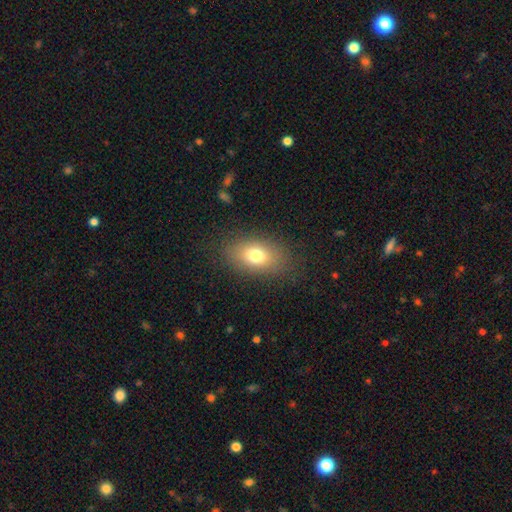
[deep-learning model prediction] smooth-or-featured: smooth: 75% | featured or disk: 14% | star or artifact: 11%
  how-rounded: in between: 84% | round: 14% | cigar-shaped: 2%
  merging: none: 83% | minor disturbance: 11% | major disturbance: 5% | merger: 1%